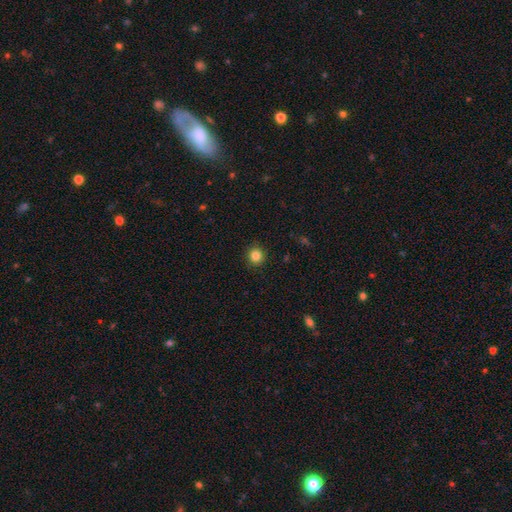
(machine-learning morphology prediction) smooth_or_featured: smooth (p=0.84) [alt: star or artifact p=0.12]
how_rounded: round (p=0.93) [alt: in between p=0.06]
merging: none (p=0.91) [alt: minor disturbance p=0.06]